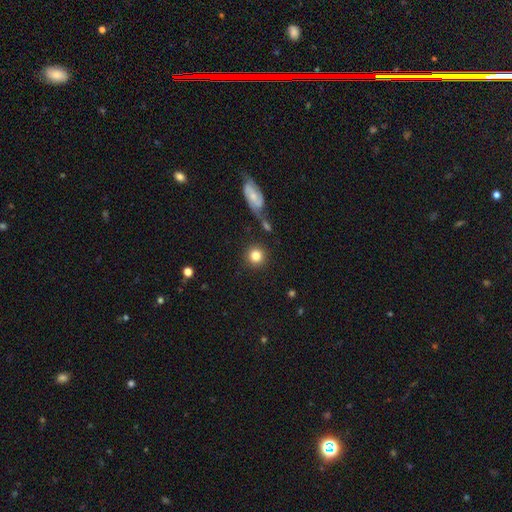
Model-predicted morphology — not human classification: A smooth galaxy with no disk features (81%) that is round (92%).

Vote fractions:
- Smooth or featured? smooth: 81% / featured or disk: 10% / star or artifact: 9%
- How rounded? round: 92% / in between: 7% / cigar-shaped: 1%
- Merging? none: 81% / minor disturbance: 8% / merger: 8% / major disturbance: 4%